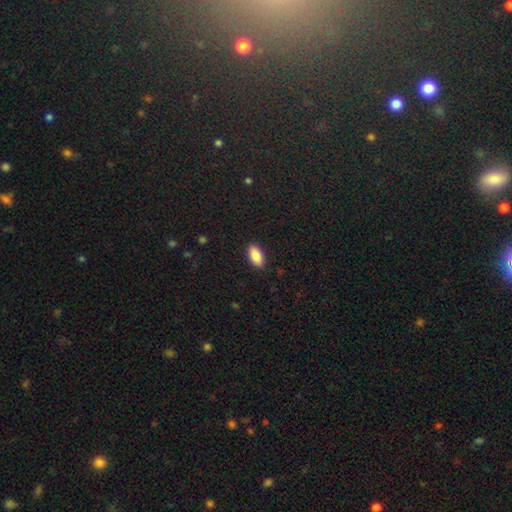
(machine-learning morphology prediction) smooth 87%, star or artifact 7%, featured or disk 6%. Down the decision tree: how rounded — in between (91%); merging — none (89%).